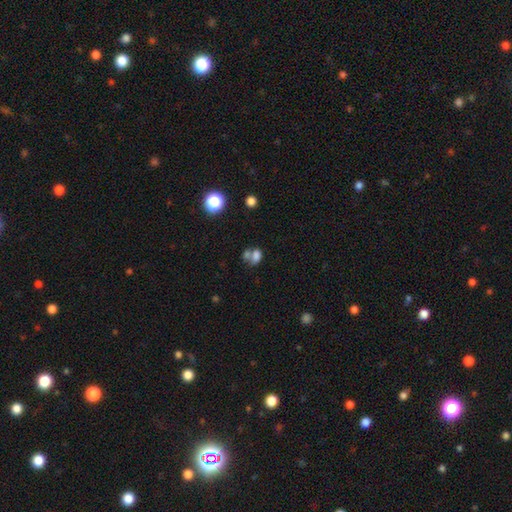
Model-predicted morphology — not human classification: Overall: smooth (74%). How rounded: in between (76%). Merging: merger (55%; none 29%).